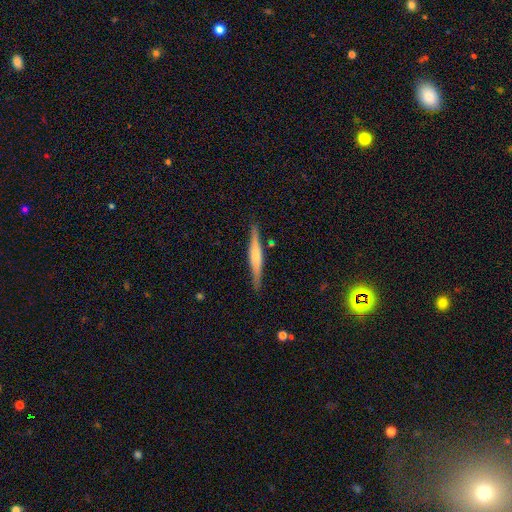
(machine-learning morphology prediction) type=featured or disk (60%); edge-on=yes (97%); edge-on bulge=rounded (55%); merging=none (87%).